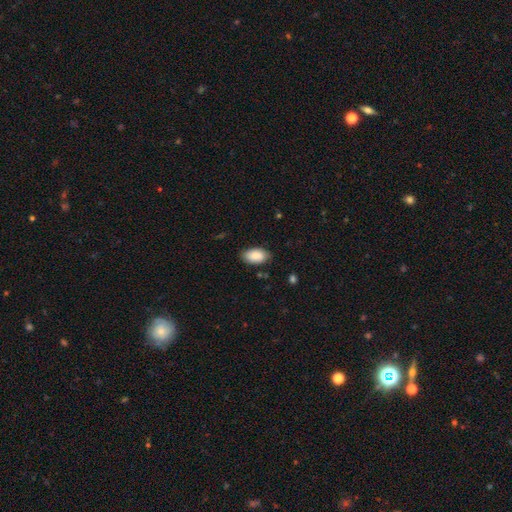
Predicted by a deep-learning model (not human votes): A smooth galaxy with no disk features (88%) that is in between round and cigar-shaped (94%). Merging: none (82%).